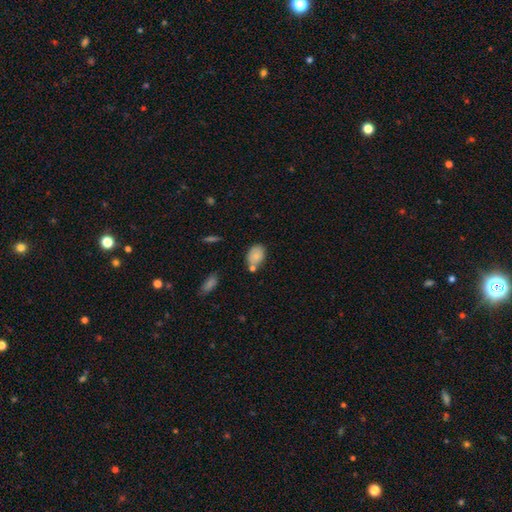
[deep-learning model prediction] Q: Smooth or featured?
A: smooth (81%); runner-up: featured or disk (11%)
Q: How rounded?
A: in between (82%); runner-up: round (17%)
Q: Merging?
A: none (59%); runner-up: minor disturbance (20%)